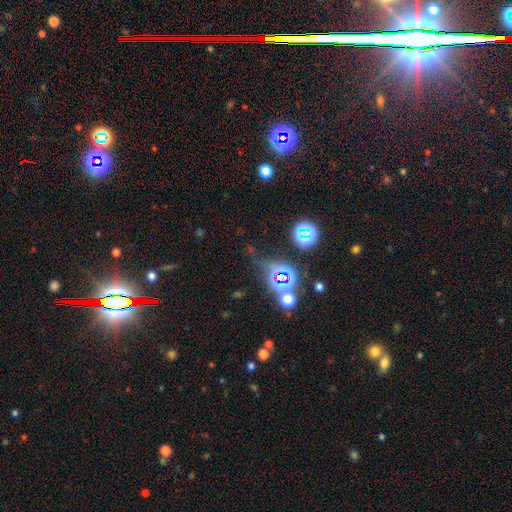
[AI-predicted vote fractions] Overall: star or artifact (73%).